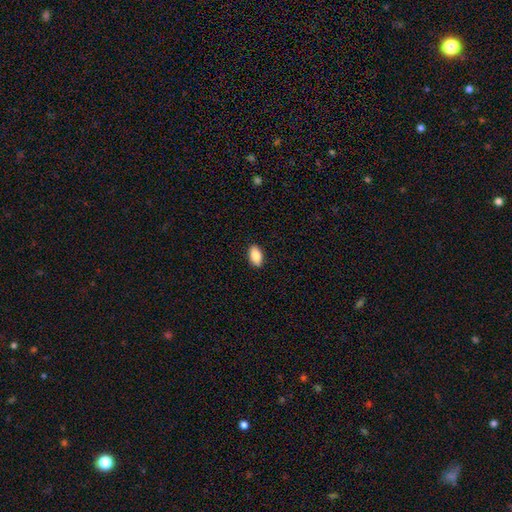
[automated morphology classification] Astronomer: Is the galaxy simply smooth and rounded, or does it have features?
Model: smooth — 87%.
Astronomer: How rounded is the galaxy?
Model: in between — 93%.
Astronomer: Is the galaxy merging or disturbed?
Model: none — 90%.